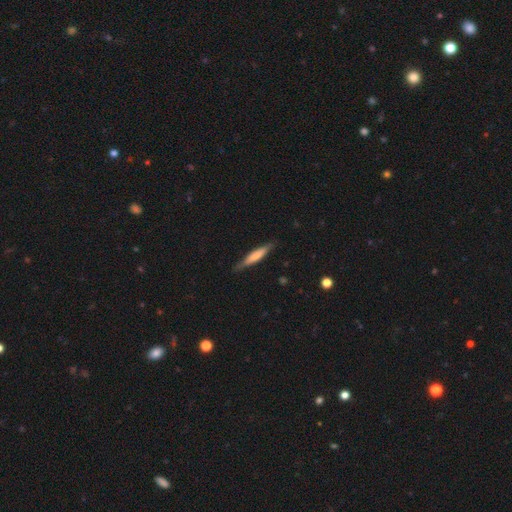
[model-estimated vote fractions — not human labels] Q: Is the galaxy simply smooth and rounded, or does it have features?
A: smooth — 56%.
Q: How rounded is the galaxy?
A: cigar-shaped — 89%.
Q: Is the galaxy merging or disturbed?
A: none — 83%.